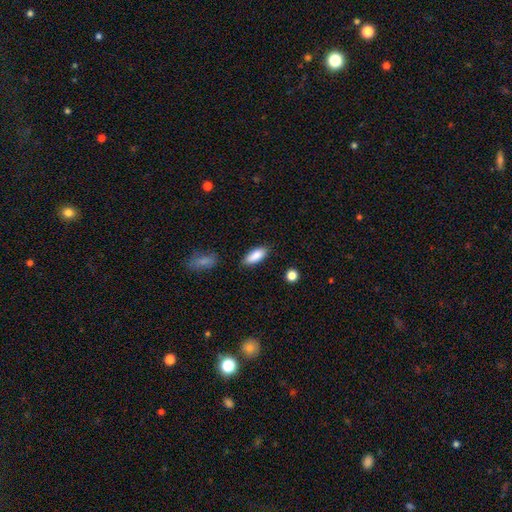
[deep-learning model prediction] A smooth galaxy with no disk features (87%) that is in between round and cigar-shaped (78%).

Vote fractions:
- Smooth or featured? smooth: 87% / star or artifact: 7% / featured or disk: 6%
- How rounded? in between: 78% / cigar-shaped: 20% / round: 2%
- Merging? none: 83% / minor disturbance: 12% / major disturbance: 3% / merger: 2%